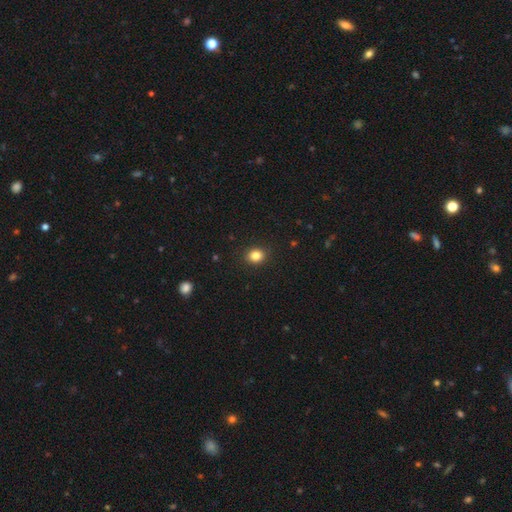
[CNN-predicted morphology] Q: Smooth or featured?
A: smooth (84%); runner-up: star or artifact (11%)
Q: How rounded?
A: round (69%); runner-up: in between (30%)
Q: Merging?
A: none (90%); runner-up: minor disturbance (7%)